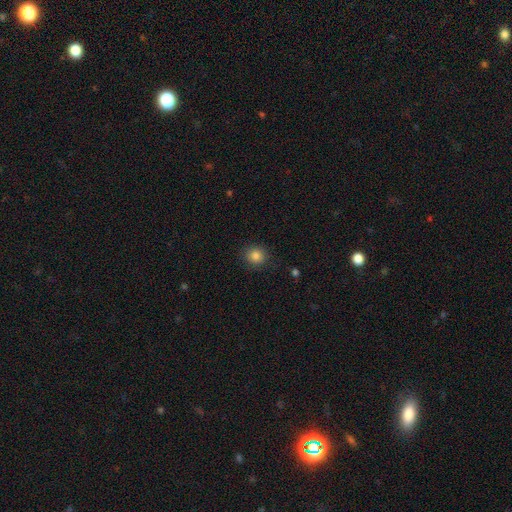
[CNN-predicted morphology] Q: Smooth or featured?
A: smooth (84%); runner-up: star or artifact (11%)
Q: How rounded?
A: round (85%); runner-up: in between (14%)
Q: Merging?
A: none (88%); runner-up: minor disturbance (9%)